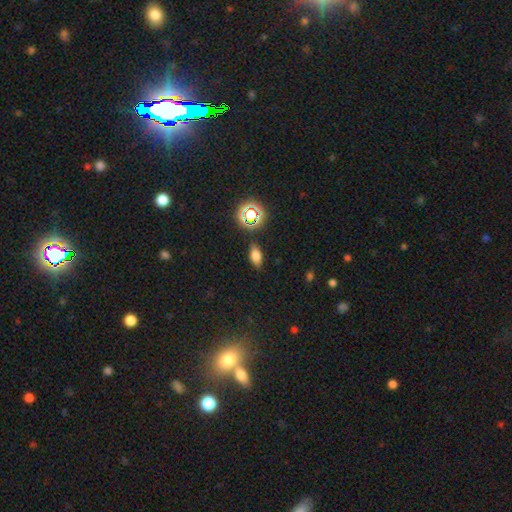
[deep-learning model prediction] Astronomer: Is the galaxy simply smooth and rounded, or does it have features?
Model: smooth — 71%.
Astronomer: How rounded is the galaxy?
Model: in between — 83%.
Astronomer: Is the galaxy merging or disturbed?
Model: none — 83%.